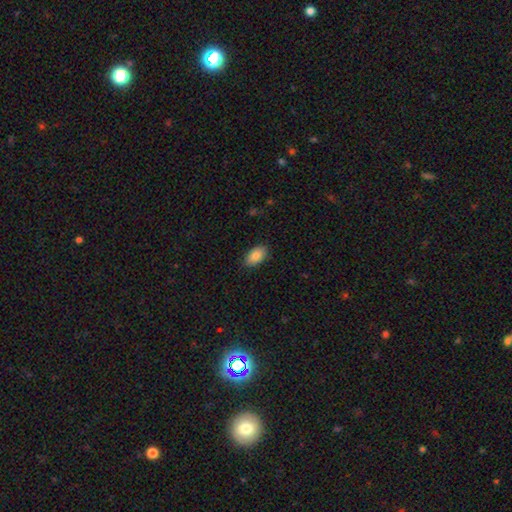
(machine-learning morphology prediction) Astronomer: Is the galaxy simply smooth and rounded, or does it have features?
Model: smooth — 87%.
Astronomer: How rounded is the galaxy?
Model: in between — 93%.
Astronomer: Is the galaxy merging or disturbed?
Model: none — 85%.